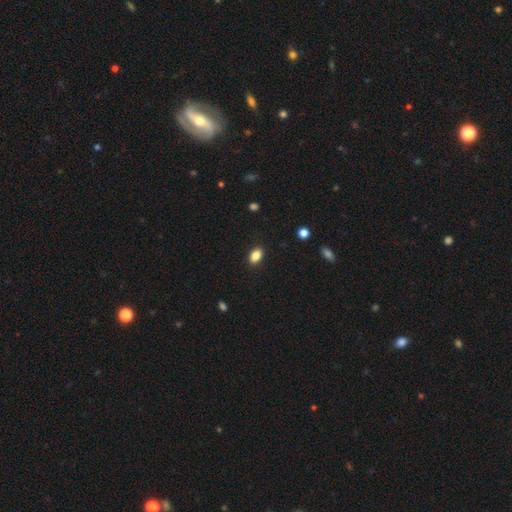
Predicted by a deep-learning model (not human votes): A smooth galaxy with no disk features (86%) that is in between round and cigar-shaped (85%). Merging: none (89%).